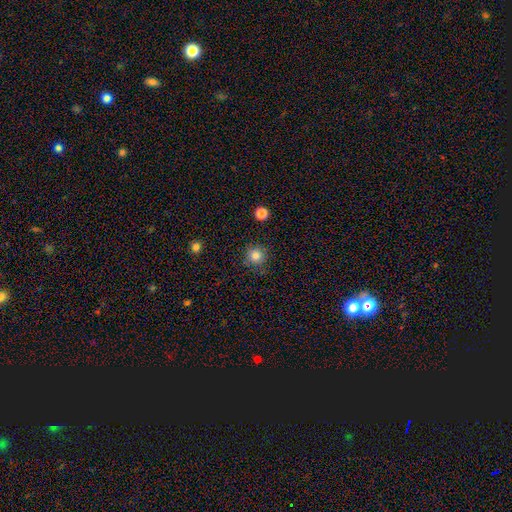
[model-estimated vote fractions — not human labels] smooth-or-featured: smooth: 82% | star or artifact: 12% | featured or disk: 6%
  how-rounded: round: 94% | in between: 5% | cigar-shaped: 1%
  merging: none: 87% | minor disturbance: 9% | major disturbance: 2% | merger: 2%